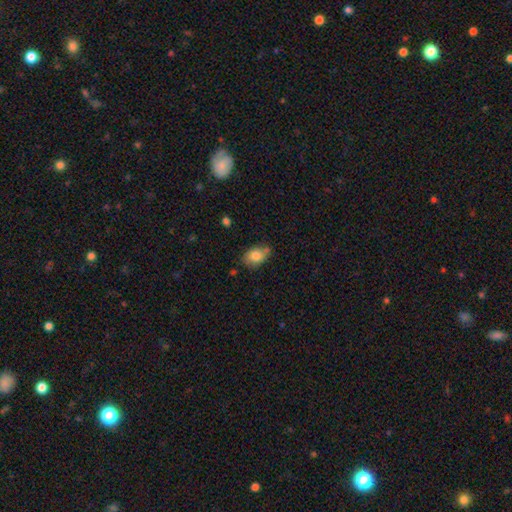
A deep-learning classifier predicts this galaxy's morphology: A smooth galaxy with no disk features (80%) that is in between round and cigar-shaped (79%). Merging: none (60%).